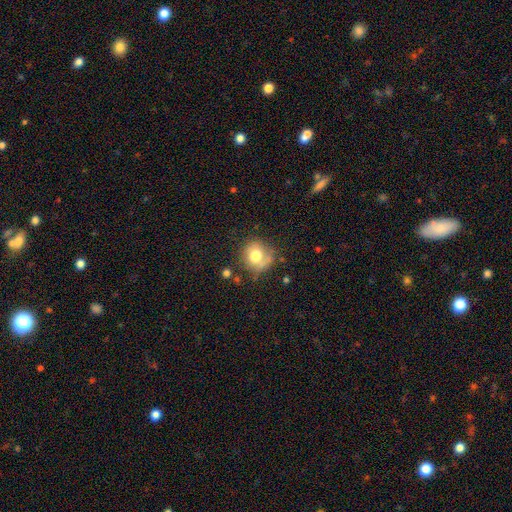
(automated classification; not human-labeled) A smooth galaxy with no disk features (70%) that is round (84%). Merging: none (58%).